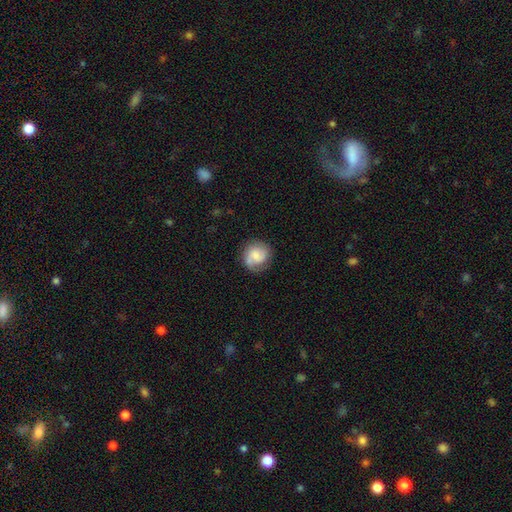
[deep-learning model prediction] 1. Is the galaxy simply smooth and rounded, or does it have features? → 47% smooth, 45% featured or disk, 7% star or artifact.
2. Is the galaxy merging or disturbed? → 72% none, 19% minor disturbance, 8% major disturbance, 2% merger.